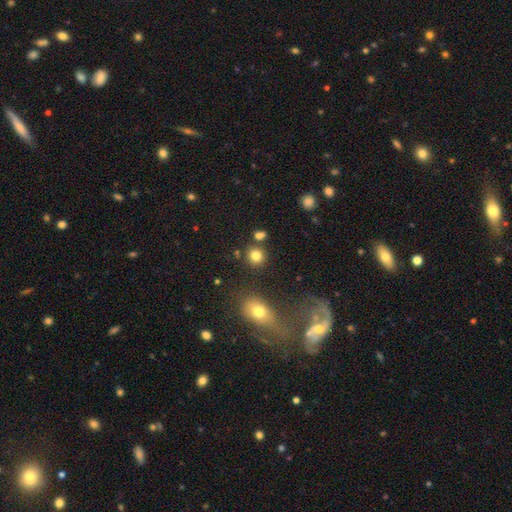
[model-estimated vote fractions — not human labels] smooth-or-featured: smooth: 81% | star or artifact: 12% | featured or disk: 7%
  how-rounded: round: 84% | in between: 15% | cigar-shaped: 1%
  merging: none: 79% | merger: 9% | minor disturbance: 8% | major disturbance: 3%